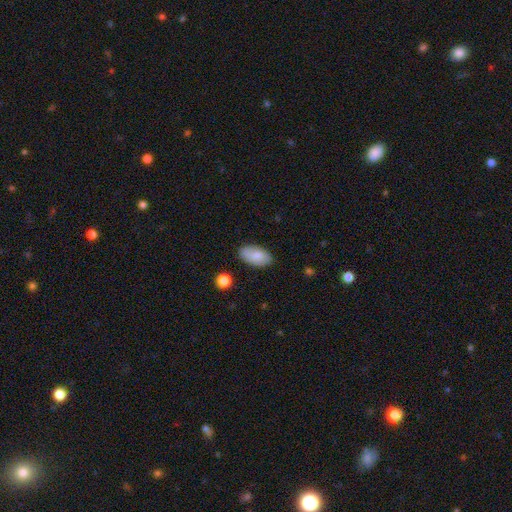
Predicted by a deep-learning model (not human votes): Overall: smooth (80%). How rounded: in between (94%). Merging: none (82%).